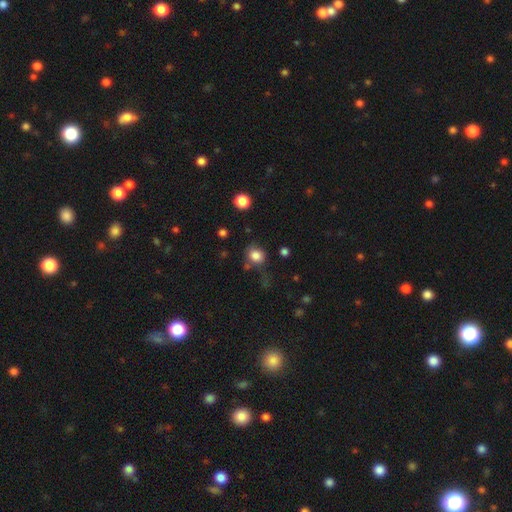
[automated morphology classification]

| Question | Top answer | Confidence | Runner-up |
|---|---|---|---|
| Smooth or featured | smooth | 82% | star or artifact (11%) |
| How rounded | round | 67% | in between (32%) |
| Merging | none | 65% | minor disturbance (20%) |